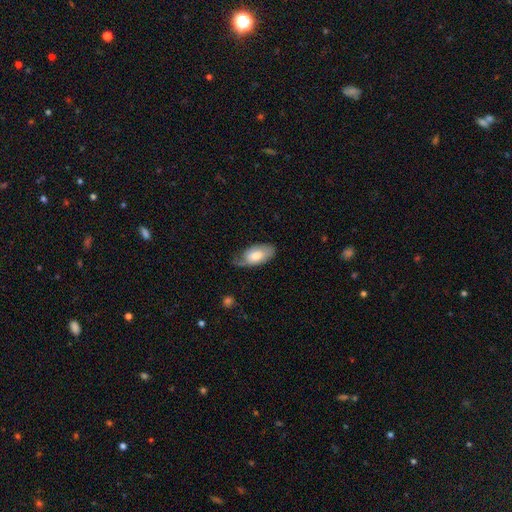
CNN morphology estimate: Smooth or featured?
  - smooth: 69% *
  - featured or disk: 26%
  - star or artifact: 6%
How rounded?
  - in between: 93% *
  - cigar-shaped: 4%
  - round: 3%
Merging?
  - none: 44% *
  - minor disturbance: 39%
  - major disturbance: 15%
  - merger: 2%